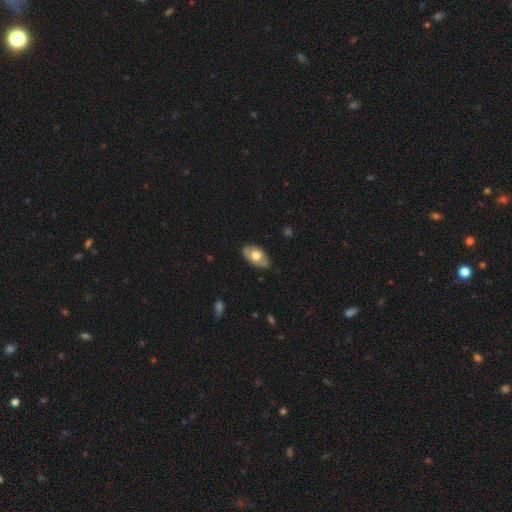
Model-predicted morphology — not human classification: This appears to be a smooth galaxy with no disk features (56%) that is in between round and cigar-shaped (91%). Merging: none (78%).